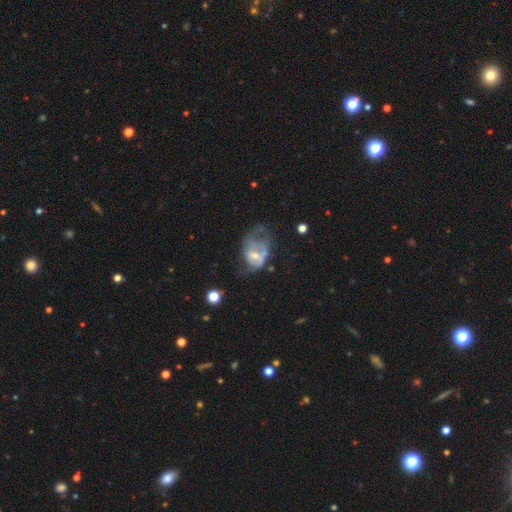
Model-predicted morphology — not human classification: Smooth or featured? Predicted: featured or disk (p=0.58). Edge-on disk? Predicted: no (p=0.97). Bar? Predicted: no (p=0.60). Spiral arms? Predicted: no (p=0.60). Bulge size? Predicted: moderate (p=0.45). Merging? Predicted: major disturbance (p=0.52).